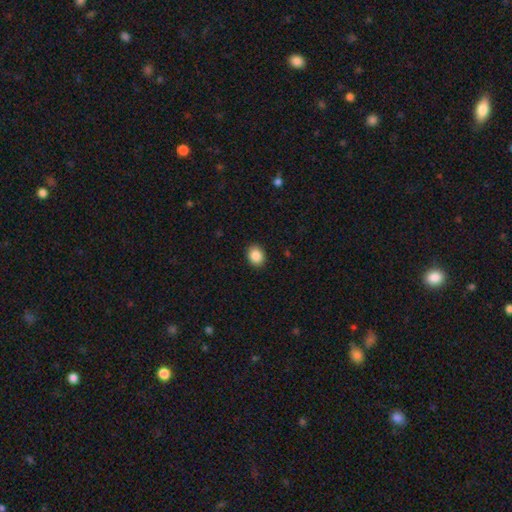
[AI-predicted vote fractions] Smooth or featured? Predicted: smooth (p=0.87). How rounded? Predicted: round (p=0.51). Merging? Predicted: none (p=0.90).